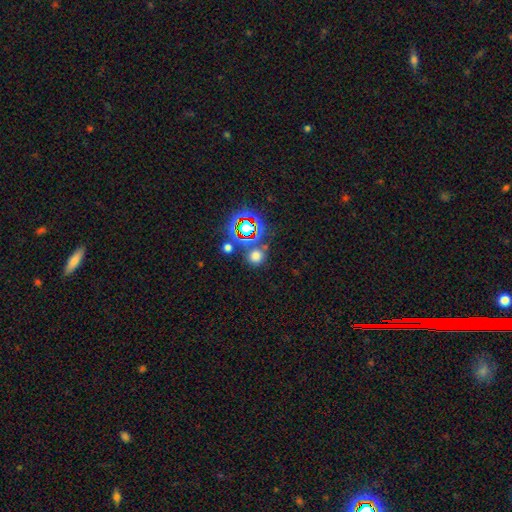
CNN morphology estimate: Overall: smooth (63%; star or artifact 30%). How rounded: round (87%). Merging: none (71%).